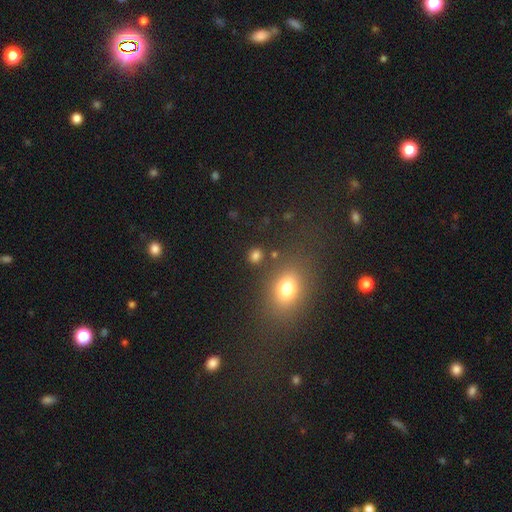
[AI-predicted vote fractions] Q: Smooth or featured?
A: smooth (79%); runner-up: star or artifact (15%)
Q: How rounded?
A: round (77%); runner-up: in between (22%)
Q: Merging?
A: none (83%); runner-up: minor disturbance (8%)